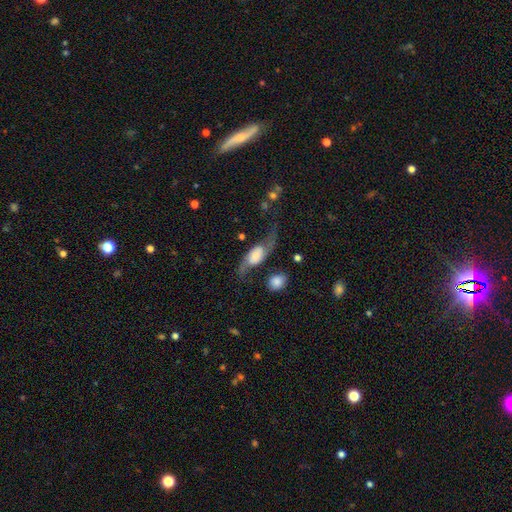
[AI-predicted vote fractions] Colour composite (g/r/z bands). It shows a featured or disk galaxy (72%) with no bar (53%), 2 (92%) loose (80%) spiral arms (92%) and a large central bulge (32%). Merging: none (52%).